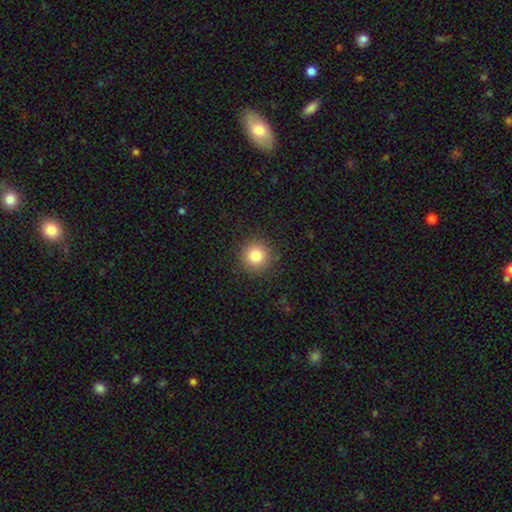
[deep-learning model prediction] Q: Smooth or featured?
A: smooth (83%); runner-up: star or artifact (11%)
Q: How rounded?
A: round (95%); runner-up: in between (4%)
Q: Merging?
A: none (90%); runner-up: minor disturbance (7%)